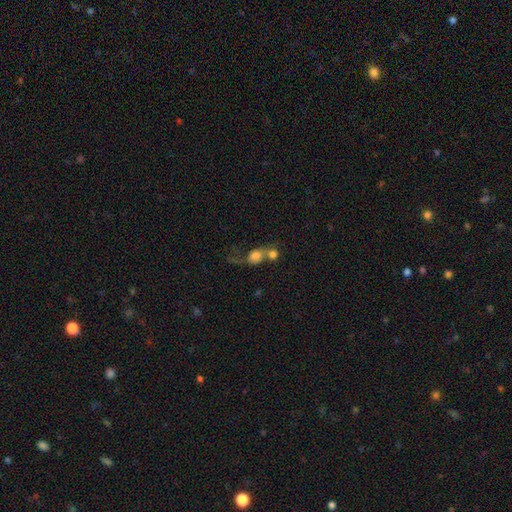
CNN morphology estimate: The model was most divided on "how rounded": round: 64%, in between: 34%, cigar-shaped: 2%. More confident: smooth or featured — smooth (70%); merging — merger (65%).